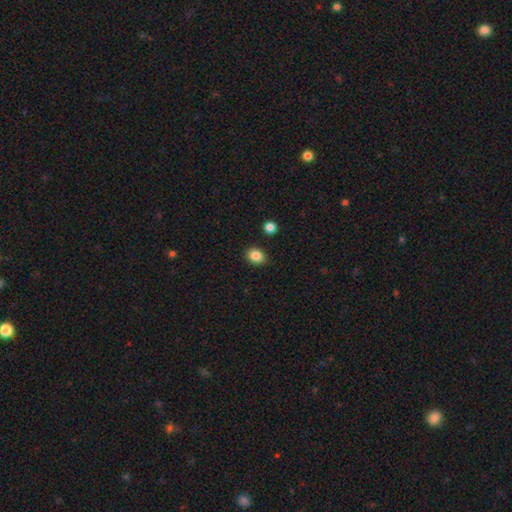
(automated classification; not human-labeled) This is clearly a smooth galaxy (86%). How rounded: likely in between (64%). Merging: clearly none (88%).